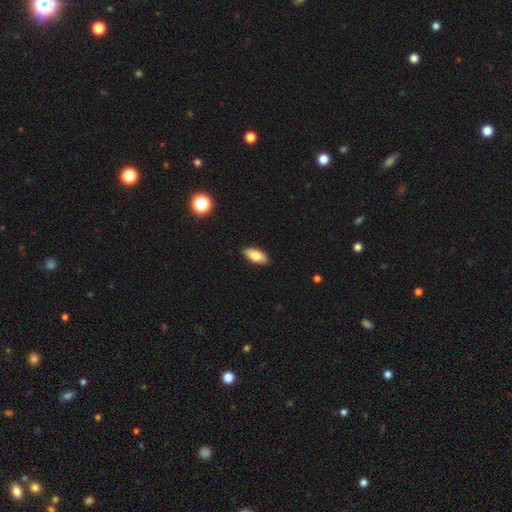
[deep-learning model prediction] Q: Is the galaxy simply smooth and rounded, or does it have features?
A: smooth — 81%.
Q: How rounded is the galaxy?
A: in between — 89%.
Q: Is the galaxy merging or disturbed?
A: none — 88%.